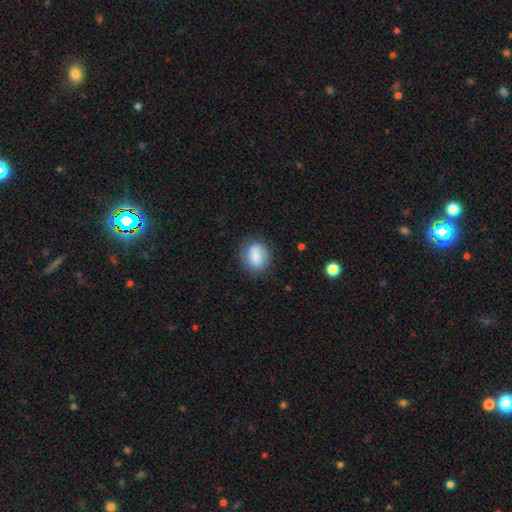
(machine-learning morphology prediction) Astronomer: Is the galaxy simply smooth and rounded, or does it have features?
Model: smooth — 82%.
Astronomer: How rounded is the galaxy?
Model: in between — 52% (runner-up: round, 46%).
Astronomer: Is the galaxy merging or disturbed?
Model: none — 76%.